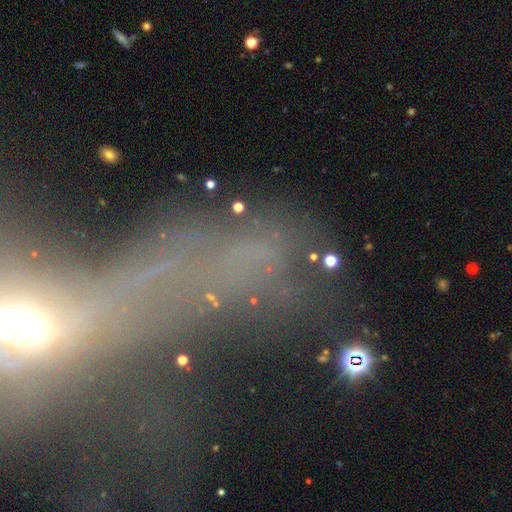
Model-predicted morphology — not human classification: Overall: star or artifact (40%; featured or disk 36%).